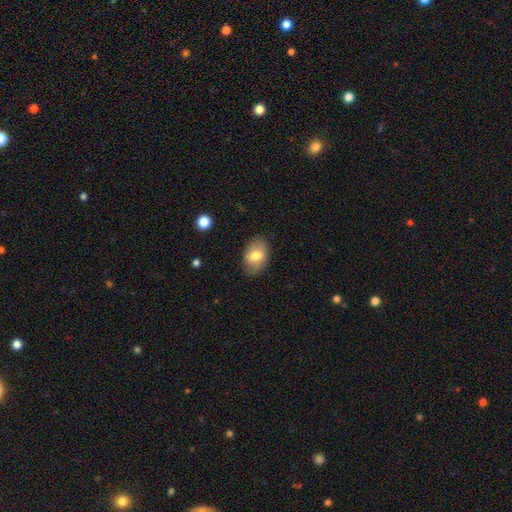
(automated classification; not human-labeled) smooth-or-featured: smooth: 73% | featured or disk: 20% | star or artifact: 7%
  how-rounded: in between: 85% | round: 14% | cigar-shaped: 1%
  merging: none: 82% | minor disturbance: 14% | major disturbance: 3% | merger: 1%